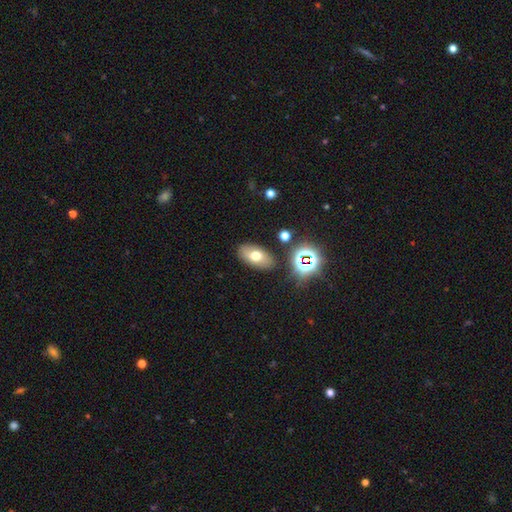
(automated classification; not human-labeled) The model was most divided on "smooth or featured": smooth: 66%, featured or disk: 20%, star or artifact: 14%. More confident: how rounded — in between (90%); merging — none (83%).